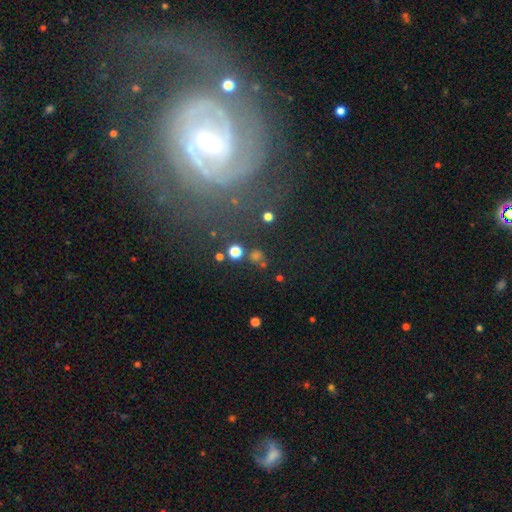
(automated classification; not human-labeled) This is possibly a smooth galaxy (53%). How rounded: clearly round (83%). Merging: likely none (77%).